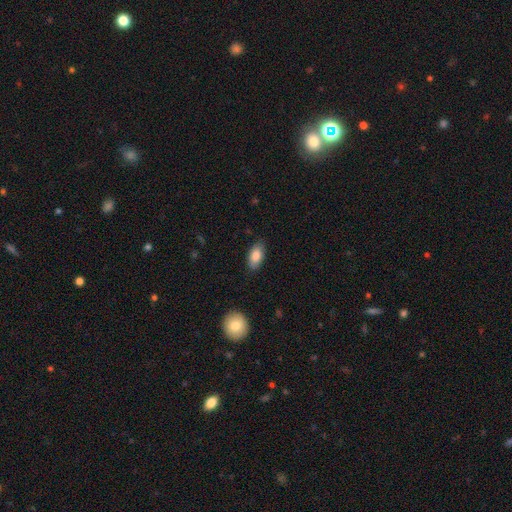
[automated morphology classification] type=smooth (85%); roundness=in between (92%); merging=none (84%).